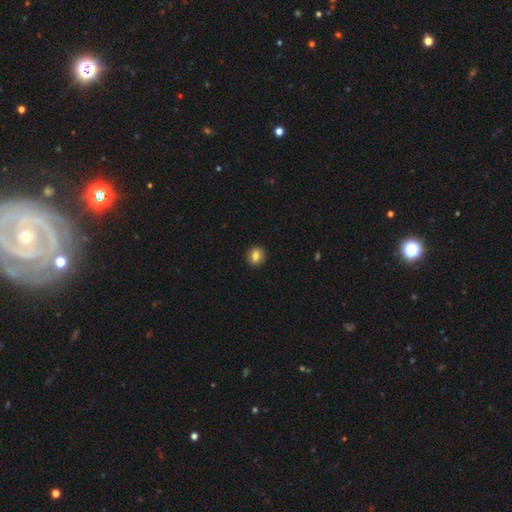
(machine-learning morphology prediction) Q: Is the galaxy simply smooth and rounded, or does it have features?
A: smooth — 83%.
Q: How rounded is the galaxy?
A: round — 75%.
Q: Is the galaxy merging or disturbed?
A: none — 91%.